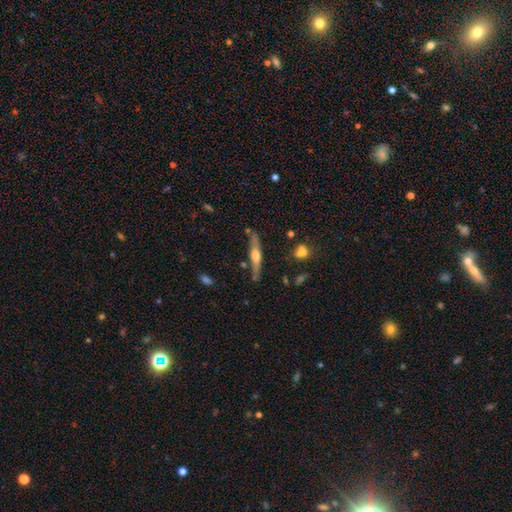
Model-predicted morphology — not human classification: Smooth or featured? Predicted: featured or disk (p=0.68). Edge-on disk? Predicted: yes (p=0.96). Edge-on bulge? Predicted: rounded (p=0.87). Merging? Predicted: none (p=0.80).